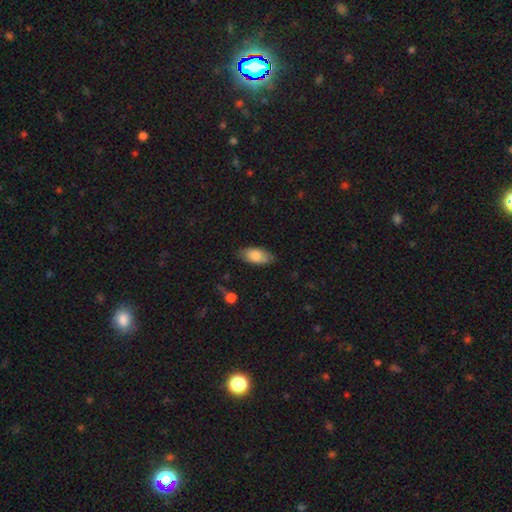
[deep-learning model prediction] smooth_or_featured: smooth (p=0.83) [alt: featured or disk p=0.10]
how_rounded: in between (p=0.90) [alt: cigar-shaped p=0.07]
merging: none (p=0.79) [alt: minor disturbance p=0.16]